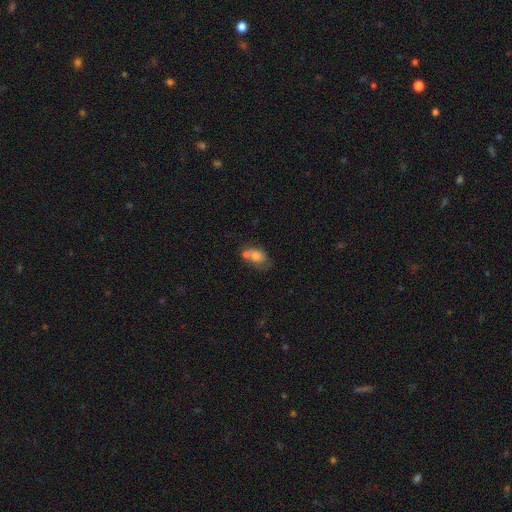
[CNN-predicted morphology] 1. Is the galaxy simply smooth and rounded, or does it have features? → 66% smooth, 23% featured or disk, 11% star or artifact.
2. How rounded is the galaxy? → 76% in between, 22% round, 2% cigar-shaped.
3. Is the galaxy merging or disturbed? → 41% merger, 30% none, 18% minor disturbance, 11% major disturbance.